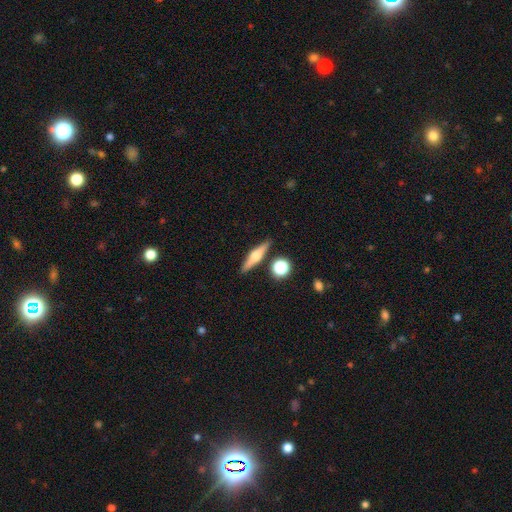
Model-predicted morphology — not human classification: type=featured or disk (59%); edge-on=yes (96%); edge-on bulge=rounded (91%); merging=none (86%).